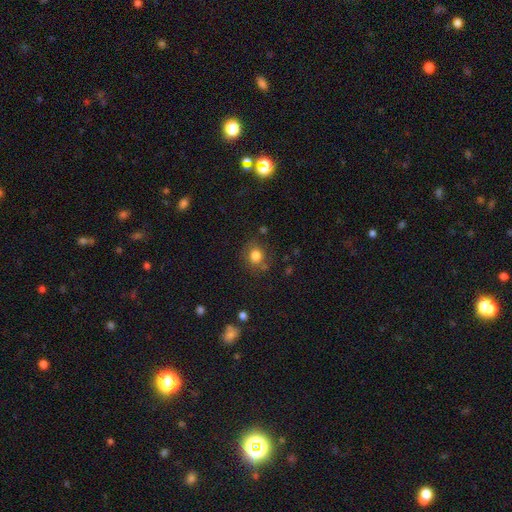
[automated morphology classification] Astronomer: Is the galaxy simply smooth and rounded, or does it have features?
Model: smooth — 80%.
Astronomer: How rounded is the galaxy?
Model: round — 72%.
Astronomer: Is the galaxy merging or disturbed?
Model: none — 74%.